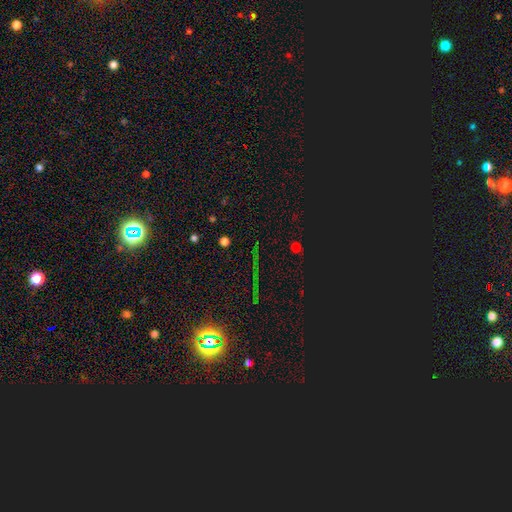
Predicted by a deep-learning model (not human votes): Smooth or featured: star or artifact — 78% (smooth — 12%)